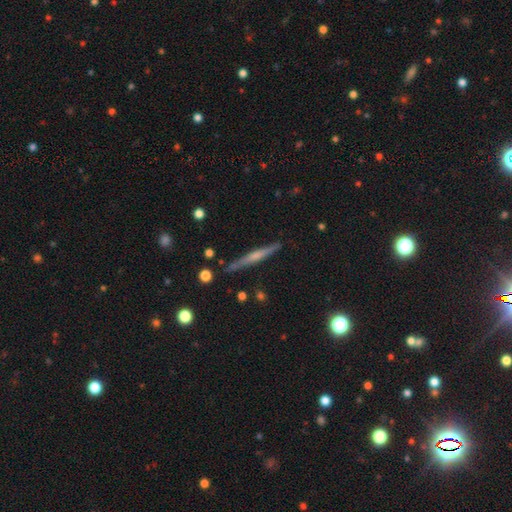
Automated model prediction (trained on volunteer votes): Smooth or featured?
  - featured or disk: 65% *
  - smooth: 28%
  - star or artifact: 7%
Edge-on disk?
  - yes: 98% *
  - no: 2%
Edge-on bulge?
  - rounded: 54% *
  - none: 35%
  - boxy: 11%
Merging?
  - none: 90% *
  - minor disturbance: 7%
  - major disturbance: 1%
  - merger: 1%